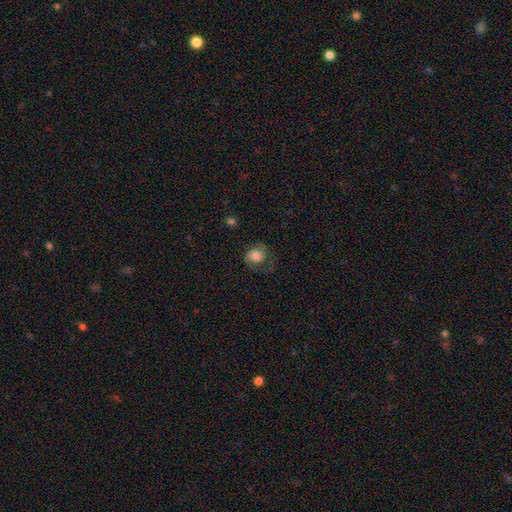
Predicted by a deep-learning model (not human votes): This appears to be a smooth galaxy with no disk features (54%) that is round (68%). Merging: none (55%).